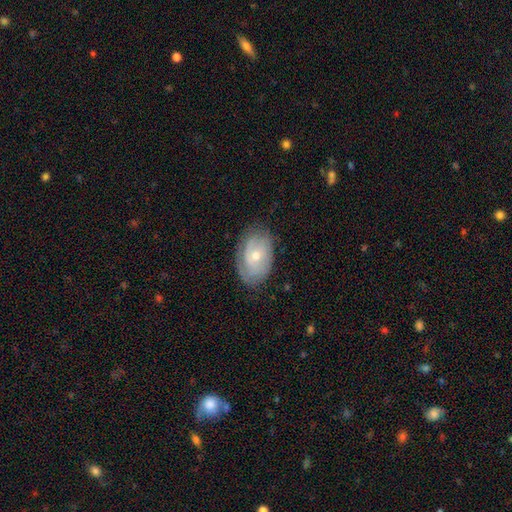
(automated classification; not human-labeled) Smooth or featured? Predicted: featured or disk (p=0.62). Edge-on disk? Predicted: no (p=0.94). Bar? Predicted: no (p=0.77). Spiral arms? Predicted: yes (p=0.73). Bulge size? Predicted: small (p=0.52). Merging? Predicted: none (p=0.75).